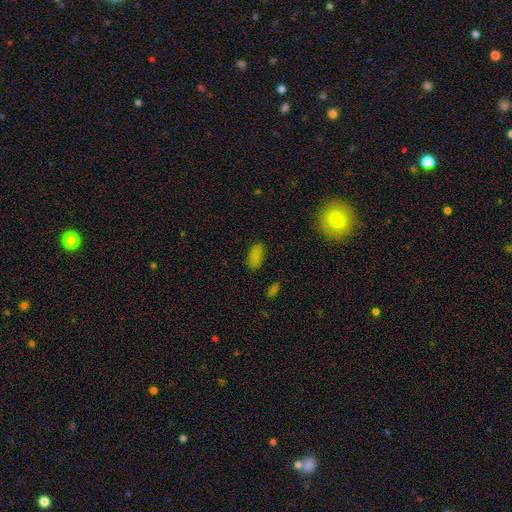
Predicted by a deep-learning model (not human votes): A smooth galaxy with no disk features (82%) that is in between round and cigar-shaped (91%). Merging: none (83%).